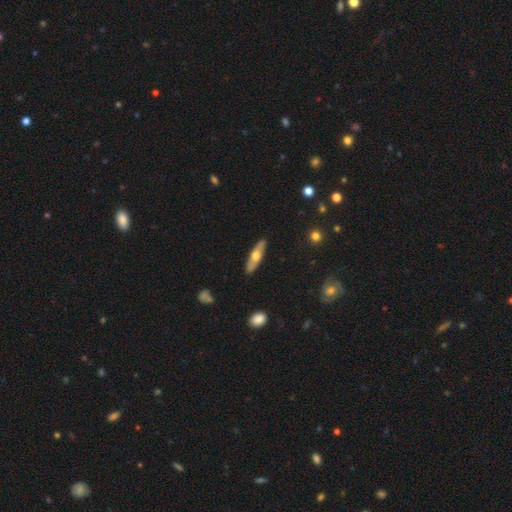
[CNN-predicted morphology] The model was most divided on "smooth or featured": smooth: 48%, featured or disk: 47%, star or artifact: 5%. More confident: merging — none (87%).